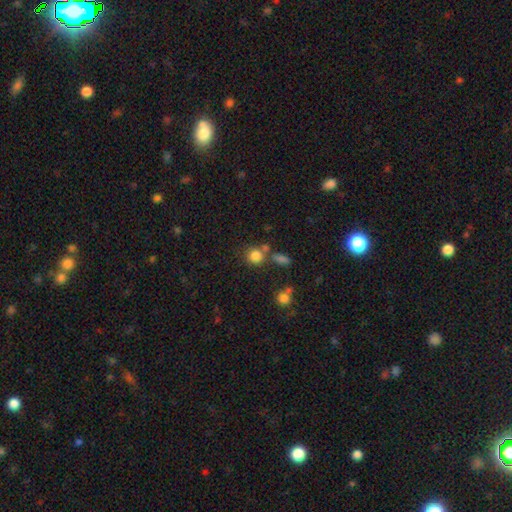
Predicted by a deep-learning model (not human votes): This appears to be a smooth galaxy with no disk features (81%) that is round (86%). Merging: none (61%).